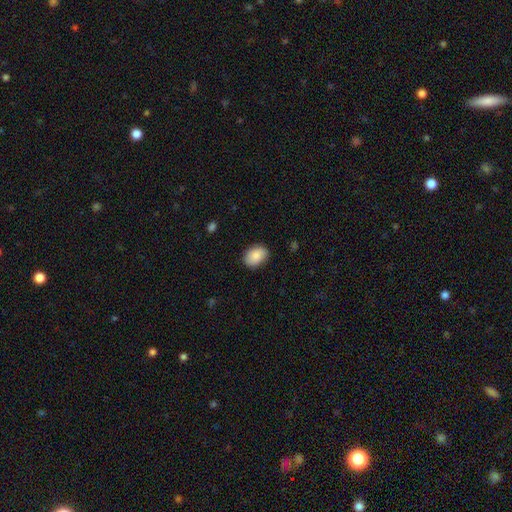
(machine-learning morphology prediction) A smooth galaxy with no disk features (87%) that is in between round and cigar-shaped (80%).

Vote fractions:
- Smooth or featured? smooth: 87% / star or artifact: 7% / featured or disk: 6%
- How rounded? in between: 80% / round: 19% / cigar-shaped: 1%
- Merging? none: 84% / minor disturbance: 12% / major disturbance: 3% / merger: 1%